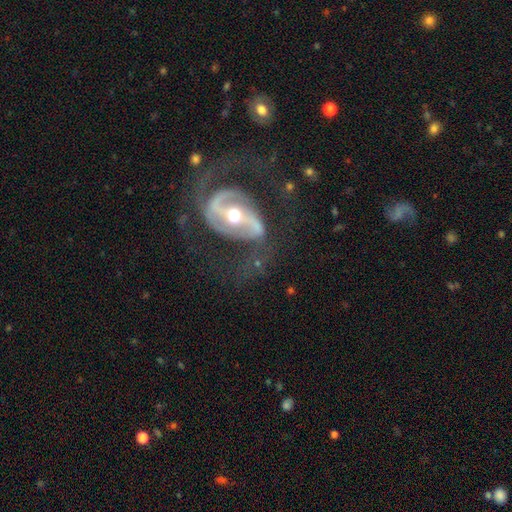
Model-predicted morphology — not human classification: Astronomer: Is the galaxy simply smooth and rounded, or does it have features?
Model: featured or disk — 86%.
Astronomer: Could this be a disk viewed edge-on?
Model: no — 96%.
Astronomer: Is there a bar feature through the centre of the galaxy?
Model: no — 36% (runner-up: strong, 33%).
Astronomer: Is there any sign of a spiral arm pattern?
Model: yes — 89%.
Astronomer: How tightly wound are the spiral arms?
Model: medium — 53%.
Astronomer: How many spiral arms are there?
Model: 2 — 89%.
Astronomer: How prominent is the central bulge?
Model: moderate — 59%.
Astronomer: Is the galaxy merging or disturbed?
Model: none — 70%.